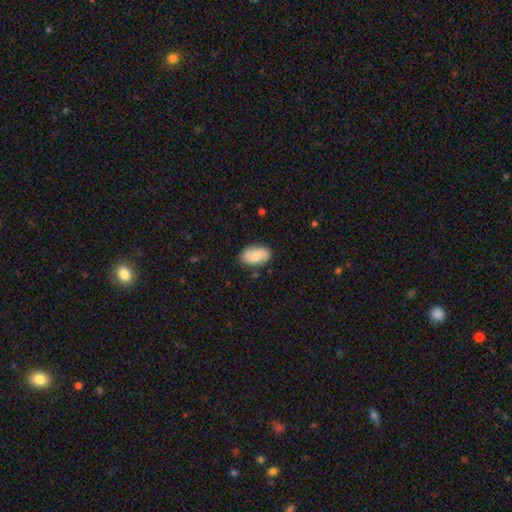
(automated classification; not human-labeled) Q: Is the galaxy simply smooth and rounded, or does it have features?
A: smooth — 76%.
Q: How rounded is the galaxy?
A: in between — 92%.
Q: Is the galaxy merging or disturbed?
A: none — 81%.